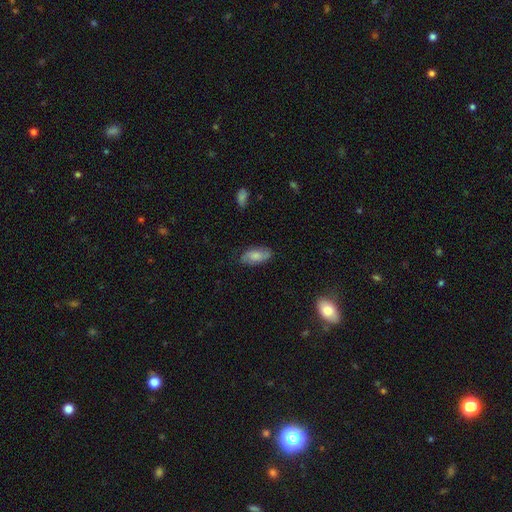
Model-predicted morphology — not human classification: type=smooth (64%); roundness=in between (89%); merging=none (78%).